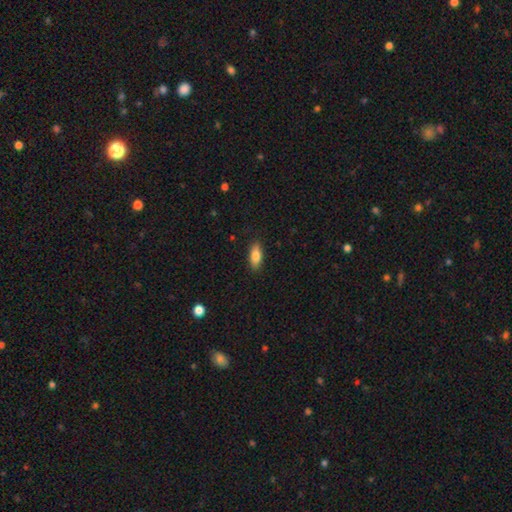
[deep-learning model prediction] Smooth or featured?
  - smooth: 81% *
  - featured or disk: 12%
  - star or artifact: 7%
How rounded?
  - in between: 78% *
  - cigar-shaped: 19%
  - round: 3%
Merging?
  - none: 88% *
  - minor disturbance: 9%
  - major disturbance: 2%
  - merger: 1%